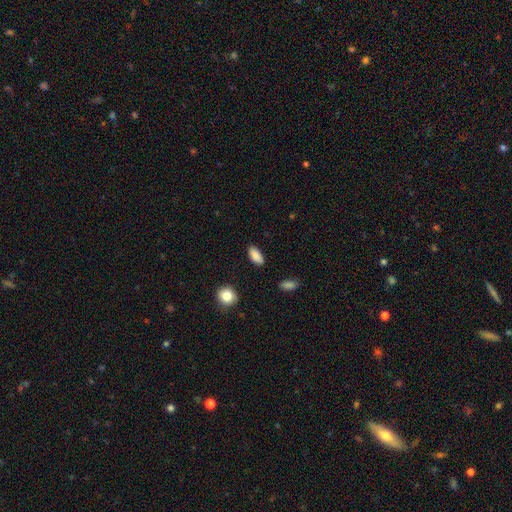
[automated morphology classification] Smooth or featured? Predicted: smooth (p=0.88). How rounded? Predicted: in between (p=0.88). Merging? Predicted: none (p=0.87).